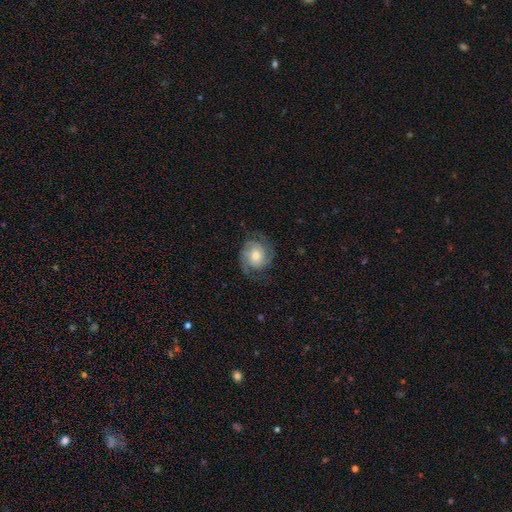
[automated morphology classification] Smooth or featured? Predicted: featured or disk (p=0.71). Edge-on disk? Predicted: no (p=0.98). Bar? Predicted: no (p=0.72). Spiral arms? Predicted: yes (p=0.92). Spiral winding? Predicted: tight (p=0.42). Spiral arm count? Predicted: 2 (p=0.71). Bulge size? Predicted: moderate (p=0.57). Merging? Predicted: none (p=0.70).